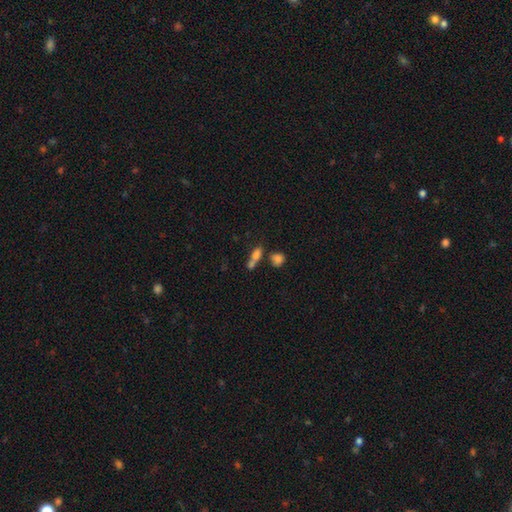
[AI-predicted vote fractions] Smooth or featured: smooth — 73% (featured or disk — 15%)
How rounded: in between — 63% (cigar-shaped — 24%)
Merging: merger — 45% (none — 38%)